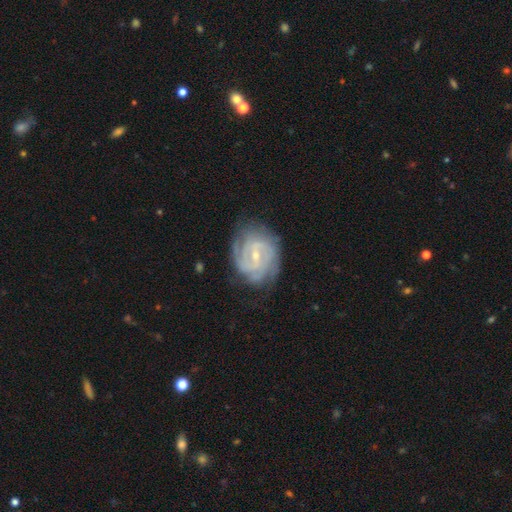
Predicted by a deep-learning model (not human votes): Smooth or featured? Predicted: featured or disk (p=0.88). Edge-on disk? Predicted: no (p=0.97). Bar? Predicted: weak (p=0.54). Spiral arms? Predicted: yes (p=0.97). Spiral winding? Predicted: tight (p=0.67). Spiral arm count? Predicted: 2 (p=0.30). Bulge size? Predicted: small (p=0.67). Merging? Predicted: none (p=0.76).